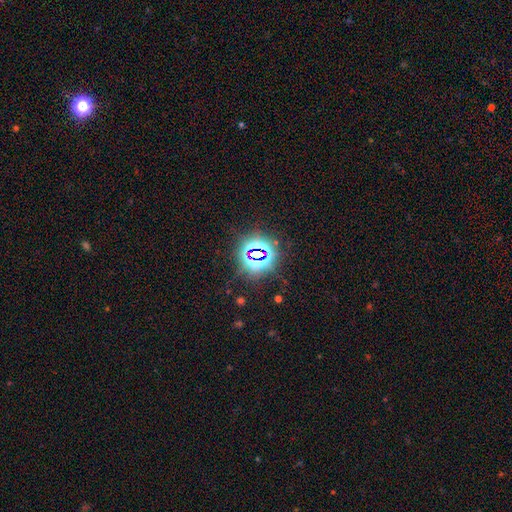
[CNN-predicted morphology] Smooth or featured? star or artifact (80%)